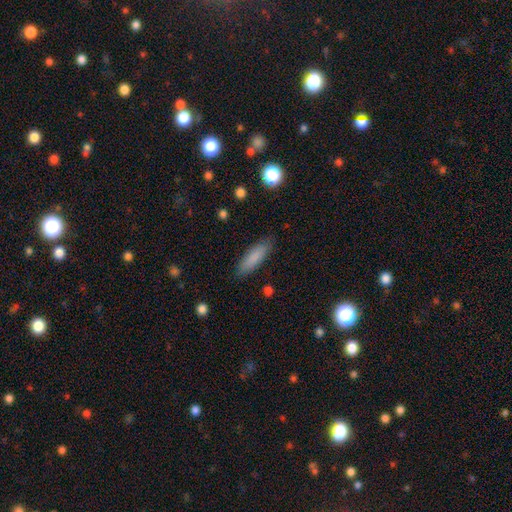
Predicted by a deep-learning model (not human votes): A smooth galaxy with no disk features (84%) that is cigar-shaped (62%). Merging: none (88%).